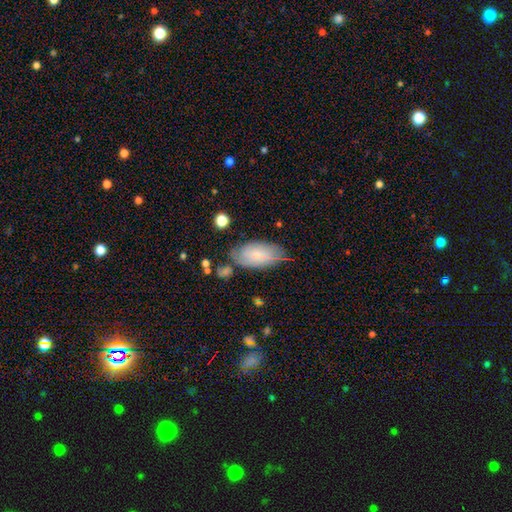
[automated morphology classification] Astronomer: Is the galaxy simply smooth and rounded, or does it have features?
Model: smooth — 62%.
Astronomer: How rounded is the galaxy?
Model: in between — 92%.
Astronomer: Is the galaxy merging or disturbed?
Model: none — 65%.